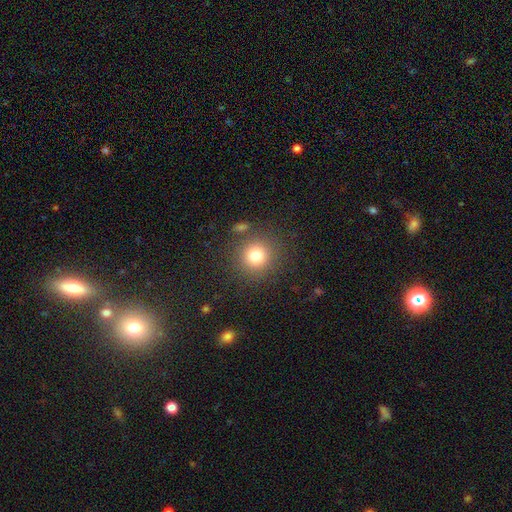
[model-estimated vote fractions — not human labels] smooth_or_featured: smooth (p=0.79) [alt: star or artifact p=0.13]
how_rounded: round (p=0.92) [alt: in between p=0.07]
merging: none (p=0.84) [alt: minor disturbance p=0.08]